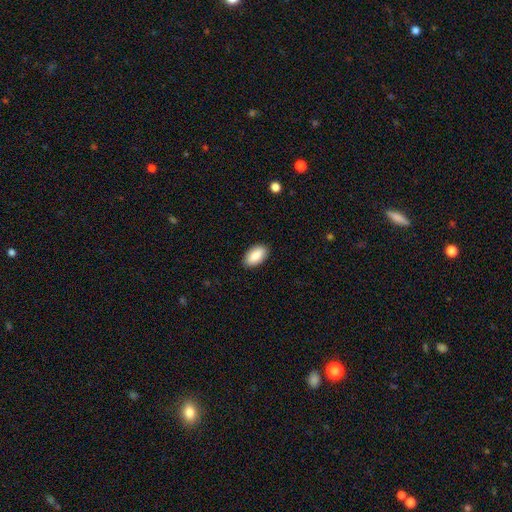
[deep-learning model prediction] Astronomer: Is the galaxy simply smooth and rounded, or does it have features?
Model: smooth — 88%.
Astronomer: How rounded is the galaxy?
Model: in between — 95%.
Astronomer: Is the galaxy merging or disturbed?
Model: none — 89%.